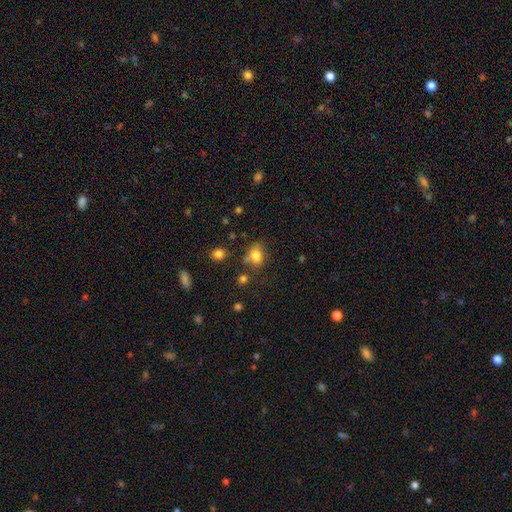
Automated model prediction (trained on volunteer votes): This appears to be a smooth galaxy with no disk features (80%) that is in between round and cigar-shaped (54%). Merging: none (61%).